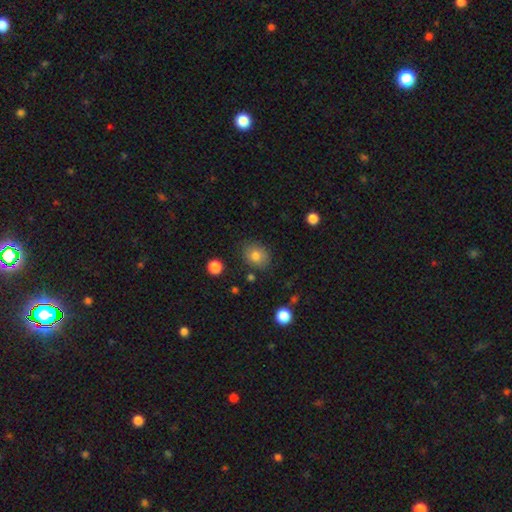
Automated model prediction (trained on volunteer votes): Smooth or featured?
  - smooth: 80% *
  - featured or disk: 10%
  - star or artifact: 10%
How rounded?
  - in between: 54% *
  - round: 46%
  - cigar-shaped: 1%
Merging?
  - none: 81% *
  - minor disturbance: 13%
  - major disturbance: 3%
  - merger: 2%